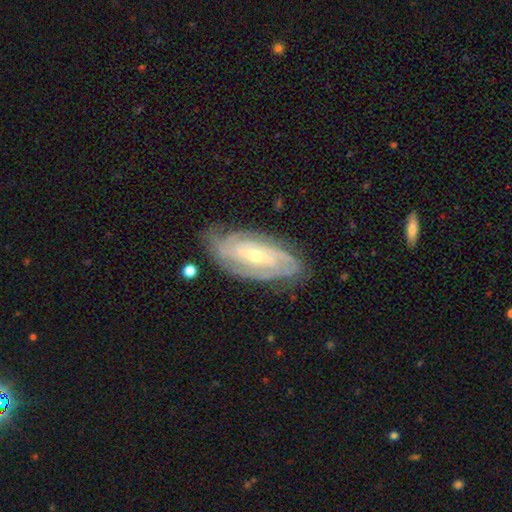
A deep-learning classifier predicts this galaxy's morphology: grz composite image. It shows a featured or disk galaxy (88%) with a weak bar (40%), 3 (28%) tight (67%) spiral arms (97%) and a small central bulge (56%). Merging: none (77%).